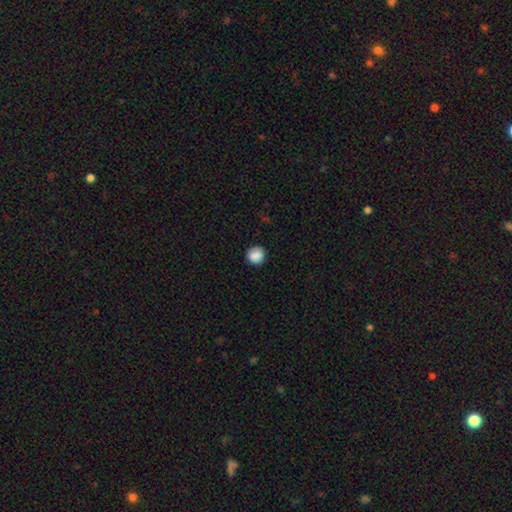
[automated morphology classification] Overall: smooth (87%). How rounded: round (91%). Merging: none (87%).